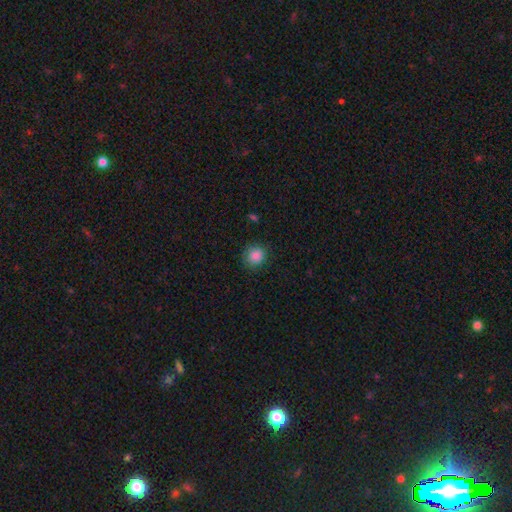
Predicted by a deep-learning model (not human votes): Smooth or featured? smooth (87%)
How rounded? round (82%)
Merging? none (84%)